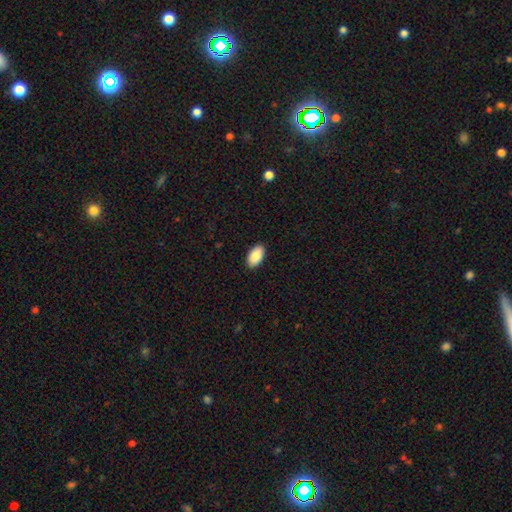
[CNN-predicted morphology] smooth-or-featured: smooth: 89% | star or artifact: 6% | featured or disk: 5%
  how-rounded: in between: 96% | round: 3% | cigar-shaped: 2%
  merging: none: 91% | minor disturbance: 7% | major disturbance: 2% | merger: 1%